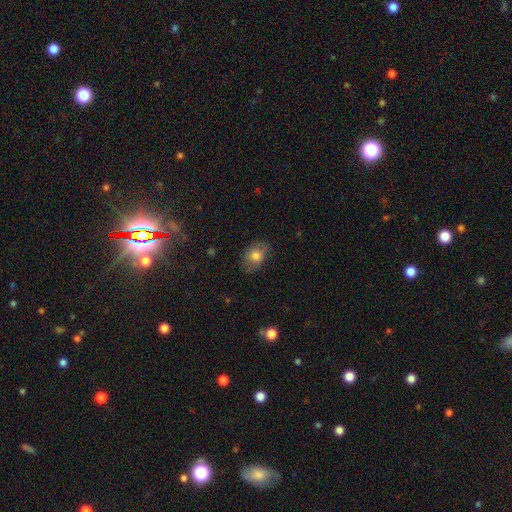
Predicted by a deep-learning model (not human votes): Q: Smooth or featured?
A: smooth (76%); runner-up: featured or disk (15%)
Q: How rounded?
A: in between (71%); runner-up: round (27%)
Q: Merging?
A: none (75%); runner-up: minor disturbance (19%)